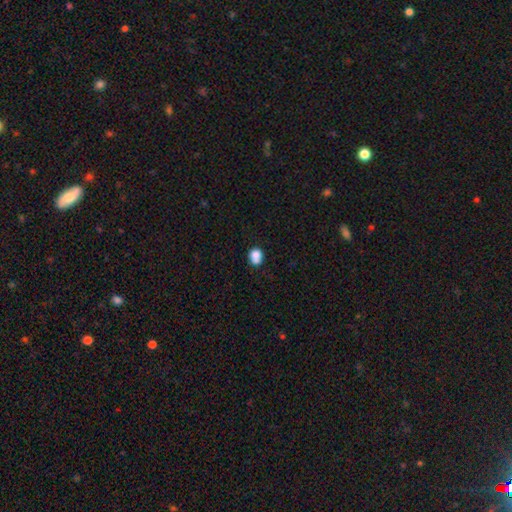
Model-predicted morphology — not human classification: This appears to be a smooth galaxy with no disk features (80%) that is round (59%). Merging: none (51%).